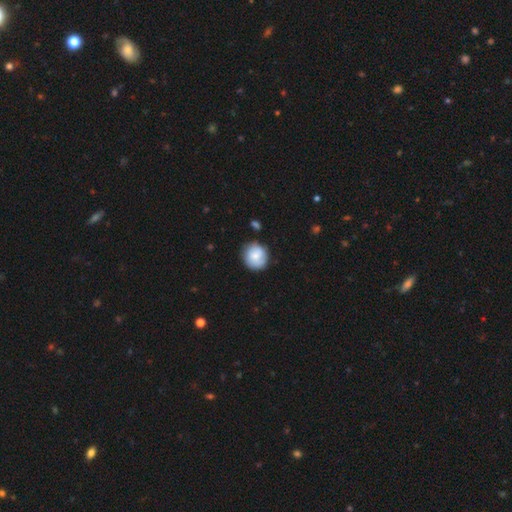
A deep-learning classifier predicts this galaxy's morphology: A smooth galaxy with no disk features (76%) that is round (87%). Merging: none (77%).